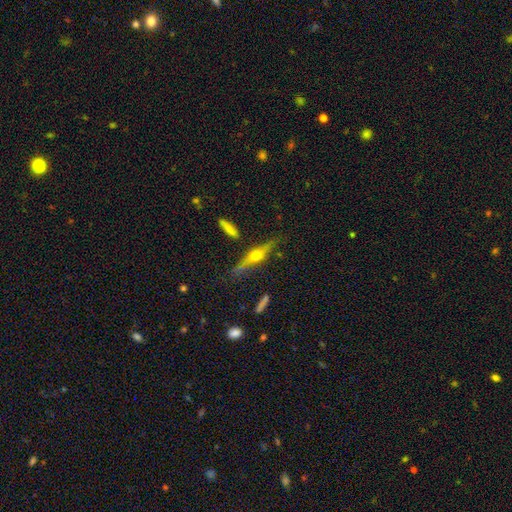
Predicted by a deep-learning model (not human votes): smooth-or-featured: featured or disk: 70% | smooth: 21% | star or artifact: 9%
  disk-edge-on: yes: 94% | no: 6%
    edge-on-bulge: rounded: 93% | boxy: 4% | none: 3%
  merging: none: 78% | minor disturbance: 15% | major disturbance: 4% | merger: 4%